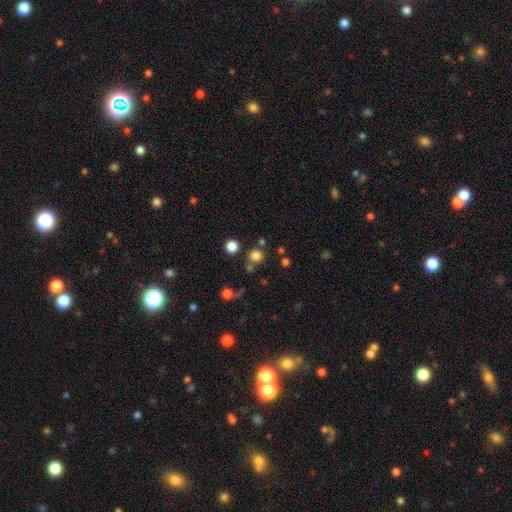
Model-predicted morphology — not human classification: A smooth galaxy with no disk features (78%) that is round (92%). Merging: none (76%).